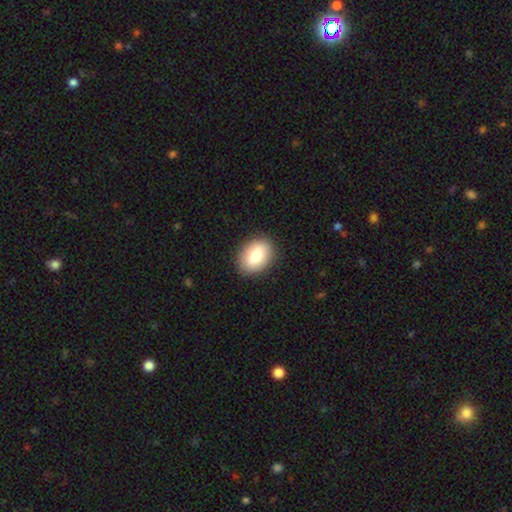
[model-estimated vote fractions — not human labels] Smooth or featured? Predicted: smooth (p=0.80). How rounded? Predicted: in between (p=0.75). Merging? Predicted: none (p=0.89).